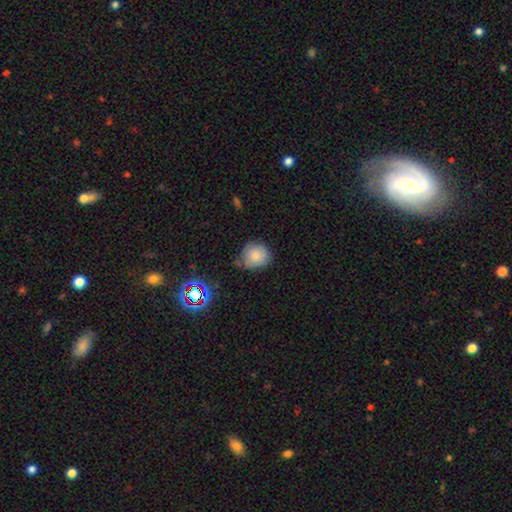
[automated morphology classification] type=smooth (81%); roundness=round (84%); merging=none (64%).